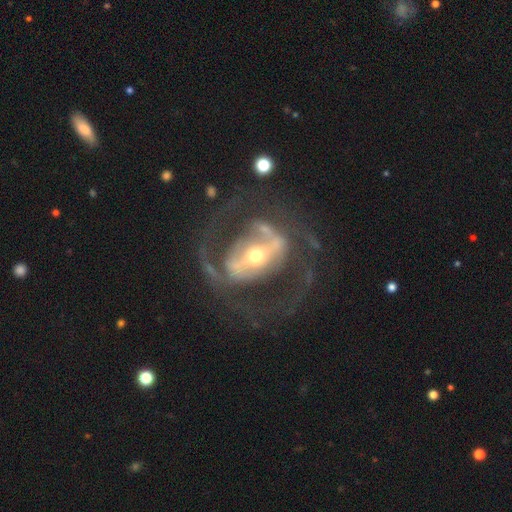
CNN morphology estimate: Smooth or featured? Predicted: featured or disk (p=0.85). Edge-on disk? Predicted: no (p=0.93). Bar? Predicted: strong (p=0.60). Spiral arms? Predicted: yes (p=0.66). Spiral winding? Predicted: medium (p=0.46). Spiral arm count? Predicted: 2 (p=0.77). Bulge size? Predicted: moderate (p=0.53). Merging? Predicted: none (p=0.62).